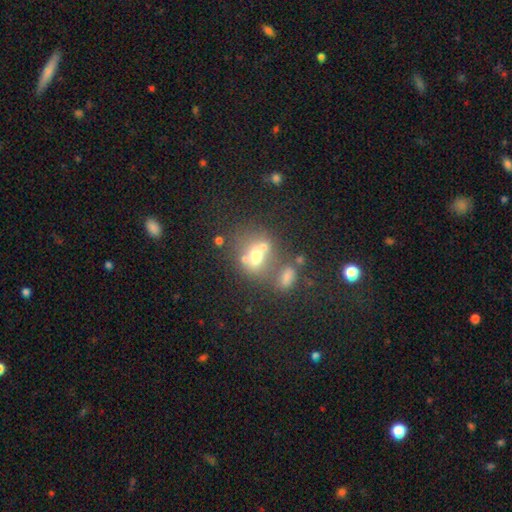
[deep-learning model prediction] smooth_or_featured: smooth (p=0.58) [alt: featured or disk p=0.24]
how_rounded: round (p=0.55) [alt: in between p=0.42]
merging: merger (p=0.40) [tied with: none p=0.40]